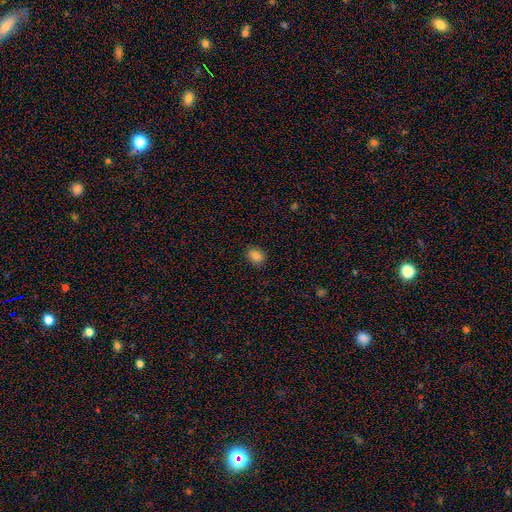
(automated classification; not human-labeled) smooth-or-featured: smooth: 86% | star or artifact: 10% | featured or disk: 5%
  how-rounded: in between: 57% | round: 41% | cigar-shaped: 1%
  merging: none: 89% | minor disturbance: 8% | major disturbance: 2% | merger: 1%